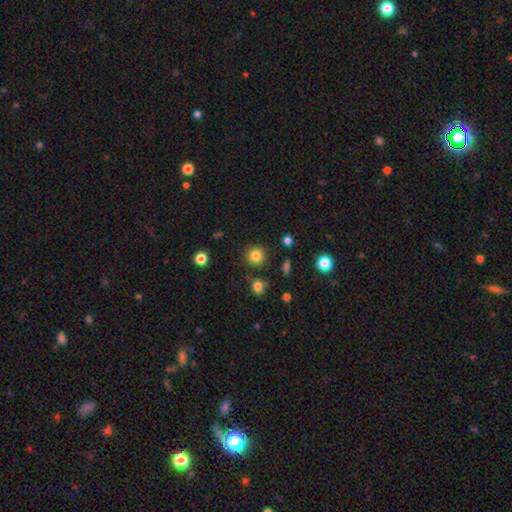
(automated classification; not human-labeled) This is clearly a smooth galaxy (84%). How rounded: clearly round (92%). Merging: clearly none (87%).